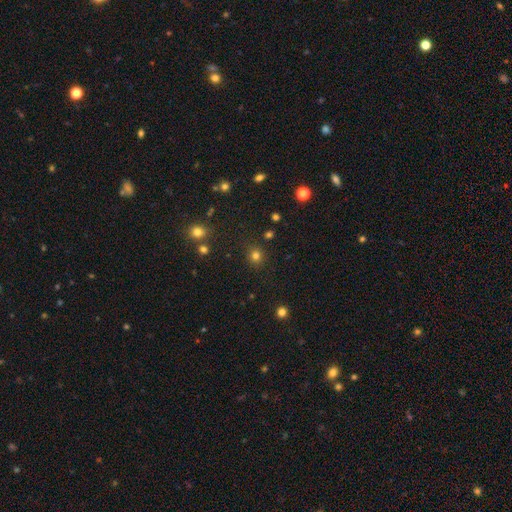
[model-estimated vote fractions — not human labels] smooth_or_featured: smooth (p=0.77) [alt: star or artifact p=0.18]
how_rounded: round (p=0.91) [alt: in between p=0.08]
merging: none (p=0.88) [alt: minor disturbance p=0.07]